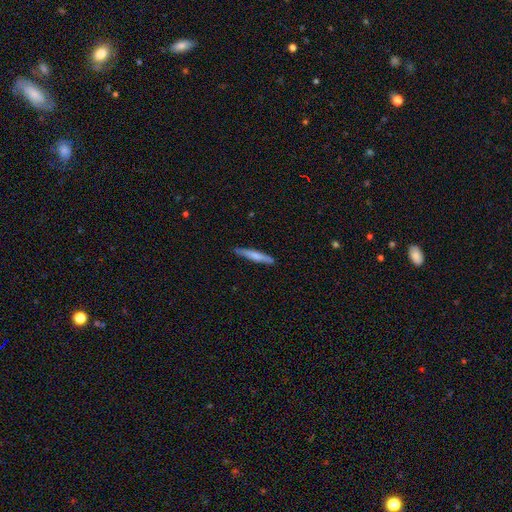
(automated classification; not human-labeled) Smooth or featured? Predicted: smooth (p=0.66). How rounded? Predicted: cigar-shaped (p=0.94). Merging? Predicted: none (p=0.88).